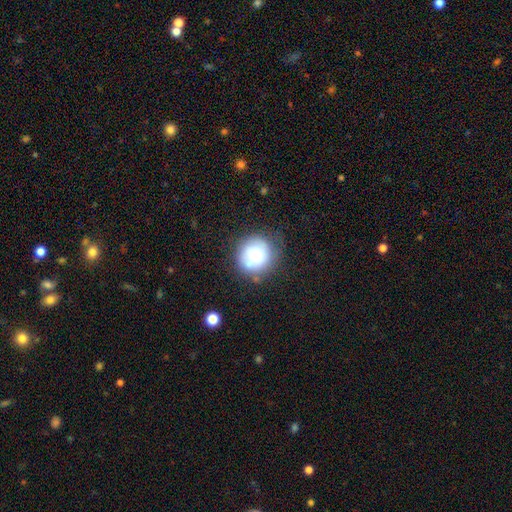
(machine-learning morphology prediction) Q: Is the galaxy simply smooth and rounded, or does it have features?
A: smooth — 71%.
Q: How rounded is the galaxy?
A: round — 92%.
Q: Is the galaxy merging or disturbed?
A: none — 74%.